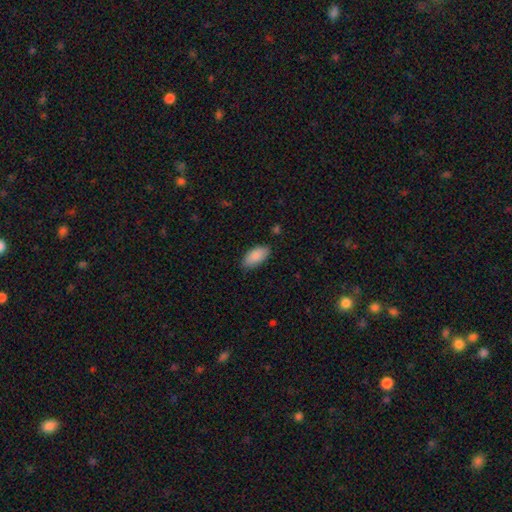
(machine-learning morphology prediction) type=smooth (88%); roundness=in between (92%); merging=none (83%).